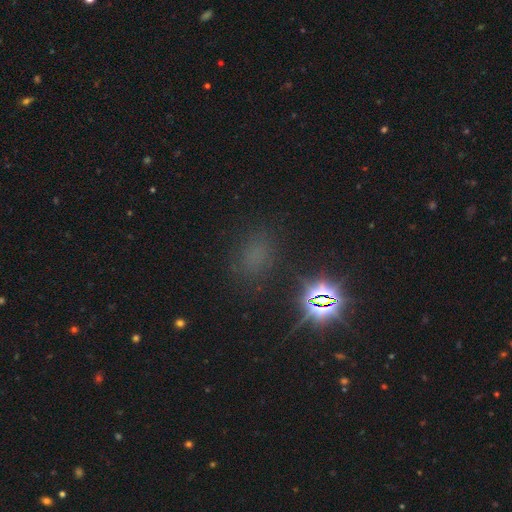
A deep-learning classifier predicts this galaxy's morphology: Smooth or featured? smooth (51%)
How rounded? in between (63%)
Merging? none (78%)